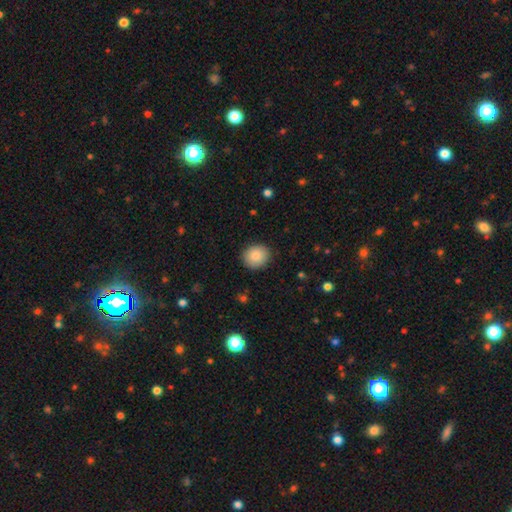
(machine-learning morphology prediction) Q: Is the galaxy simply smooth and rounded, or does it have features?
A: smooth — 86%.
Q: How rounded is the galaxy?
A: round — 79%.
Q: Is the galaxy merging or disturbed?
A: none — 89%.